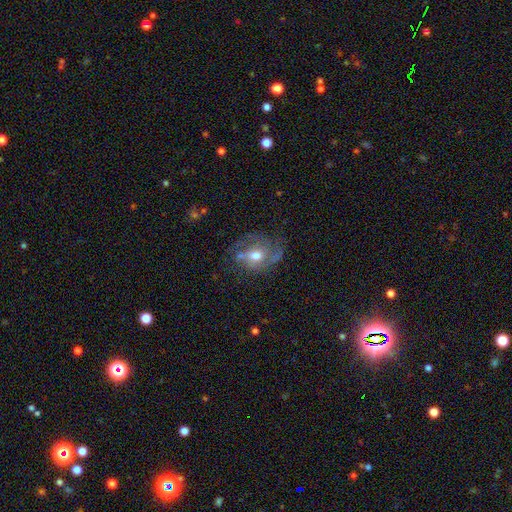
A featured or disk galaxy (70%) with no bar (56%), 2 (63%) medium (68%) spiral arms (70%) and a moderate central bulge (67%).

Vote fractions:
- Smooth or featured? featured or disk: 70% / smooth: 20% / star or artifact: 10%
- Edge-on disk? no: 96% / yes: 4%
- Bar? no: 56% / weak: 41% / strong: 4%
- Spiral arms? yes: 70% / no: 30%
- Spiral winding? medium: 68% / tight: 21% / loose: 11%
- Spiral arm count? 2: 63% / 3: 16% / can't tell: 16% / 1: 5% / 4: 0% / more than 4: 0%
- Bulge size? moderate: 67% / small: 22% / large: 7% / none: 4% / dominant: 0%
- Merging? none: 47% / minor disturbance: 33% / major disturbance: 14% / merger: 6%